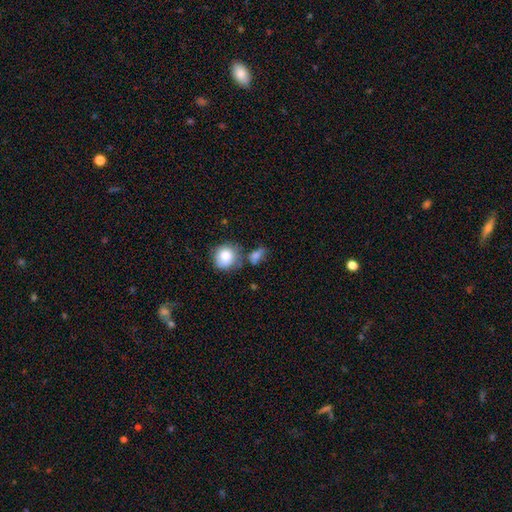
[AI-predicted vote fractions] Smooth or featured? Predicted: smooth (p=0.76). How rounded? Predicted: in between (p=0.58). Merging? Predicted: none (p=0.46).